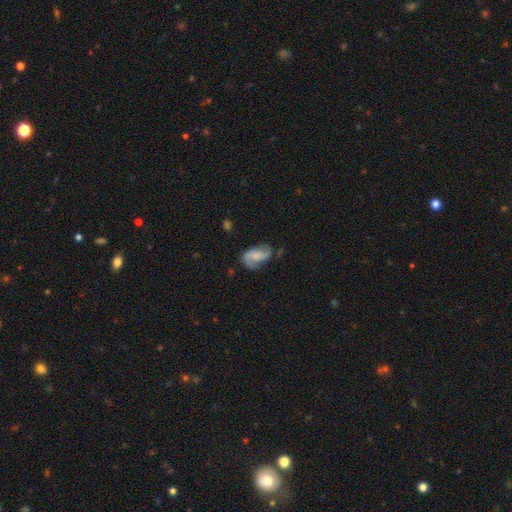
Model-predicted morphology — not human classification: Smooth or featured?
  - featured or disk: 77% *
  - smooth: 16%
  - star or artifact: 7%
Edge-on disk?
  - no: 97% *
  - yes: 3%
Bar?
  - no: 53% *
  - weak: 37%
  - strong: 10%
Spiral arms?
  - yes: 95% *
  - no: 5%
Spiral winding?
  - loose: 43% * (tied)
  - medium: 43% * (tied)
  - tight: 14%
Spiral arm count?
  - 2: 89% *
  - can't tell: 4%
  - 1: 2%
  - 3: 2%
  - 4: 1%
  - more than 4: 1%
Bulge size?
  - small: 37% *
  - moderate: 32%
  - none: 22%
  - large: 7%
  - dominant: 2%
Merging?
  - none: 69% *
  - minor disturbance: 20%
  - major disturbance: 9%
  - merger: 2%